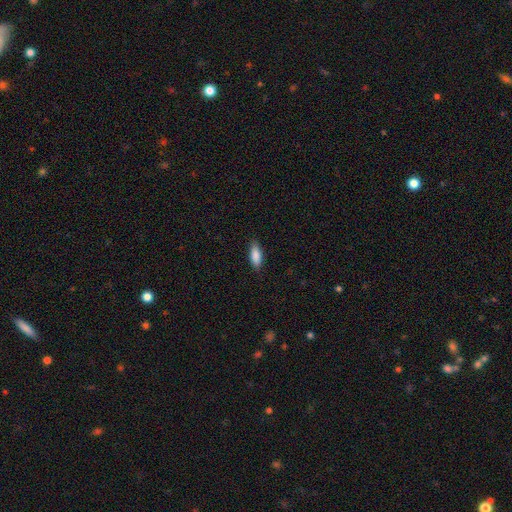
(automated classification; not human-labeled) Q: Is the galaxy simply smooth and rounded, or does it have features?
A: smooth — 87%.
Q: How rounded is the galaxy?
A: in between — 71%.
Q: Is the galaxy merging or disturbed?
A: none — 85%.